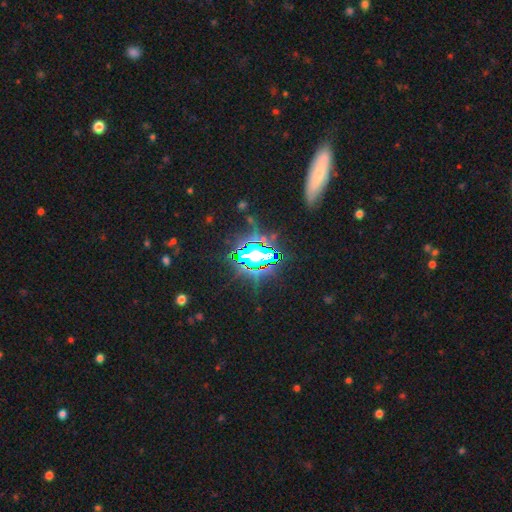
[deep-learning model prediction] Smooth or featured? star or artifact (74%)